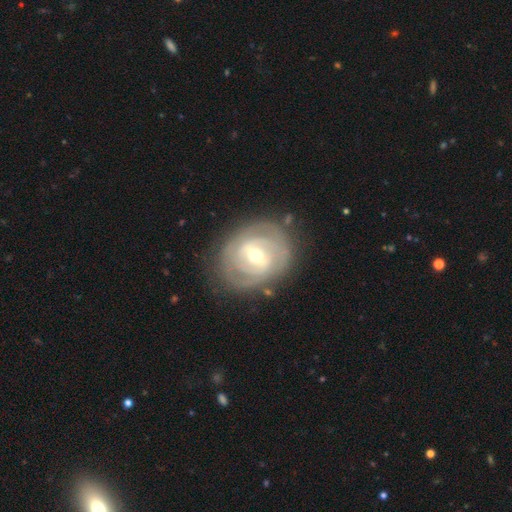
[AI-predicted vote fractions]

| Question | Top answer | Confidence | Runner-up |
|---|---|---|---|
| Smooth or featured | featured or disk | 79% | smooth (16%) |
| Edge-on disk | no | 96% | yes (4%) |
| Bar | weak | 47% | strong (30%) |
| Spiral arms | yes | 77% | no (23%) |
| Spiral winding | tight | 69% | medium (23%) |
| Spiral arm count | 2 | 42% | can't tell (36%) |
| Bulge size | moderate | 61% | small (35%) |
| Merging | none | 78% | minor disturbance (15%) |